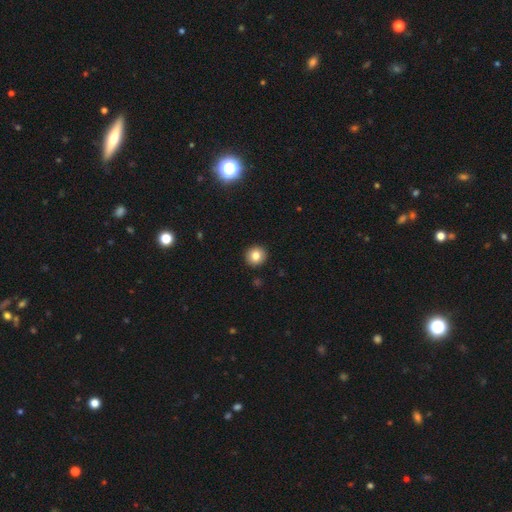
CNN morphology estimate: Smooth or featured? smooth (83%)
How rounded? round (93%)
Merging? none (93%)